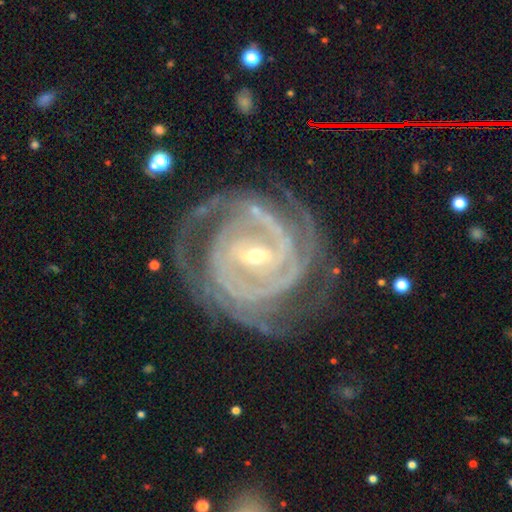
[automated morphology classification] The model was most divided on "spiral arm count": 3: 26%, 2: 23%, 4: 18%, can't tell: 18%, more than 4: 8%, 1: 6%. Remaining: spiral arms — yes (98%); edge-on disk — no (97%); smooth or featured — featured or disk (92%); spiral winding — tight (76%); merging — none (72%); bulge size — small (62%); bar — strong (46%).